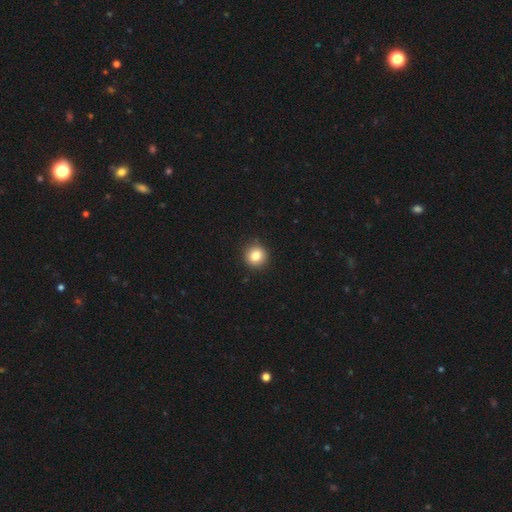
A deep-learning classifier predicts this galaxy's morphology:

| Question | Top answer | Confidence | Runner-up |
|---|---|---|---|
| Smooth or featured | smooth | 83% | star or artifact (10%) |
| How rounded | round | 93% | in between (6%) |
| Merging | none | 92% | minor disturbance (6%) |